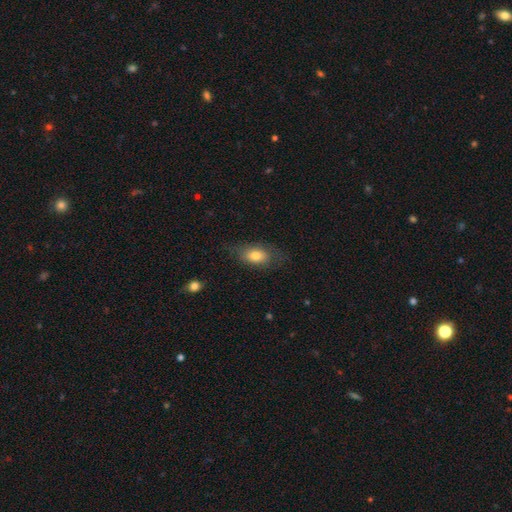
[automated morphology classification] type=smooth (77%); roundness=in between (84%); merging=none (70%).